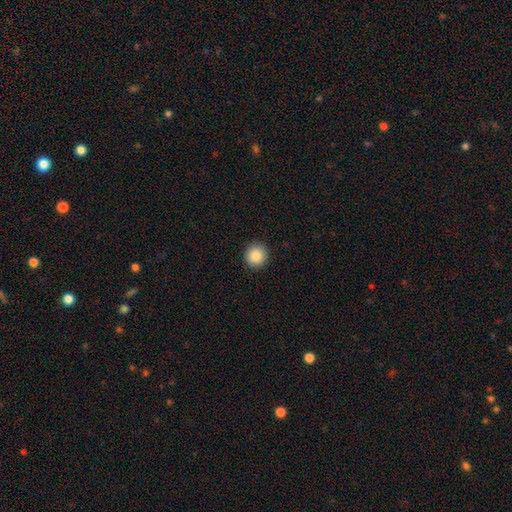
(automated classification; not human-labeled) Q: Smooth or featured?
A: smooth (86%); runner-up: star or artifact (9%)
Q: How rounded?
A: round (93%); runner-up: in between (6%)
Q: Merging?
A: none (92%); runner-up: minor disturbance (5%)